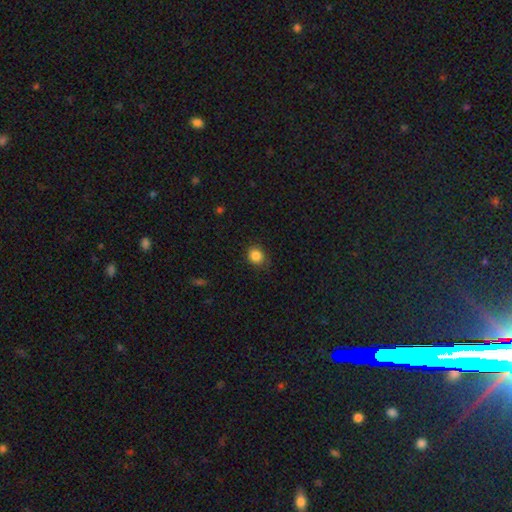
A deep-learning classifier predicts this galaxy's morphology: Smooth or featured?
  - smooth: 86% *
  - star or artifact: 11%
  - featured or disk: 4%
How rounded?
  - round: 77% *
  - in between: 22%
  - cigar-shaped: 1%
Merging?
  - none: 83% *
  - minor disturbance: 13%
  - major disturbance: 3%
  - merger: 1%